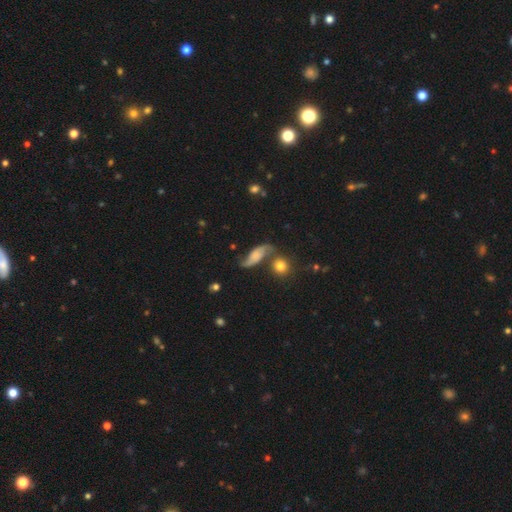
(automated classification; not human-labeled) Q: Smooth or featured?
A: featured or disk (73%); runner-up: smooth (19%)
Q: Edge-on disk?
A: no (92%); runner-up: yes (8%)
Q: Bar?
A: no (59%); runner-up: weak (31%)
Q: Spiral arms?
A: yes (94%); runner-up: no (6%)
Q: Spiral winding?
A: loose (75%); runner-up: medium (19%)
Q: Spiral arm count?
A: 2 (92%); runner-up: can't tell (3%)
Q: Bulge size?
A: none (45%); runner-up: small (24%)
Q: Merging?
A: none (57%); runner-up: minor disturbance (19%)